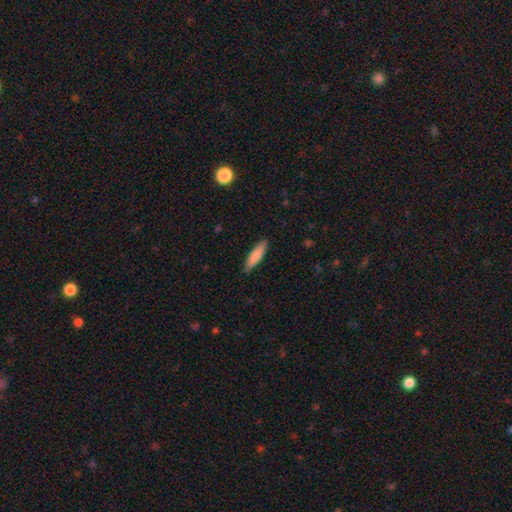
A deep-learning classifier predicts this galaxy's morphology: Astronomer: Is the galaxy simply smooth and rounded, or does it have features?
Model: smooth — 83%.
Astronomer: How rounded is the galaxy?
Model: cigar-shaped — 72%.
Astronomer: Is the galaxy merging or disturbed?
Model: none — 87%.